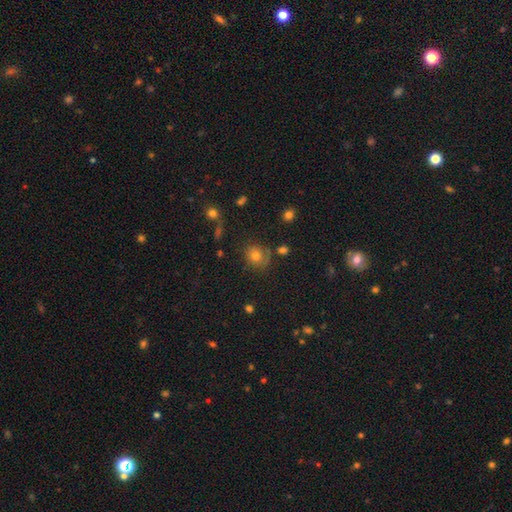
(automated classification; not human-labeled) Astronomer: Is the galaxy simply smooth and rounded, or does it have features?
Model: smooth — 70%.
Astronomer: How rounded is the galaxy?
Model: round — 73%.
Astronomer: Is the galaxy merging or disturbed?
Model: none — 71%.